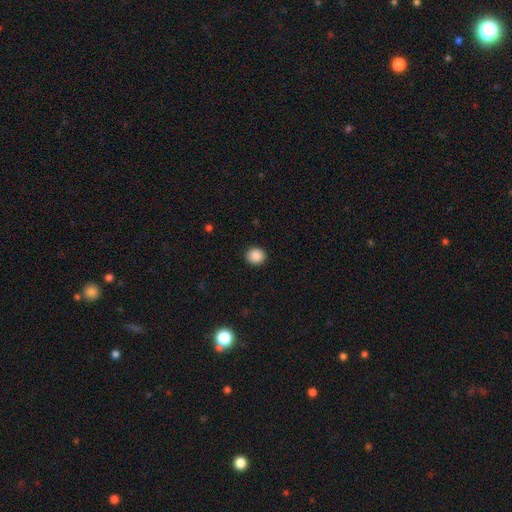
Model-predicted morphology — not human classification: smooth-or-featured: smooth: 89% | star or artifact: 9% | featured or disk: 2%
  how-rounded: round: 85% | in between: 14% | cigar-shaped: 1%
  merging: none: 91% | minor disturbance: 6% | major disturbance: 2% | merger: 1%